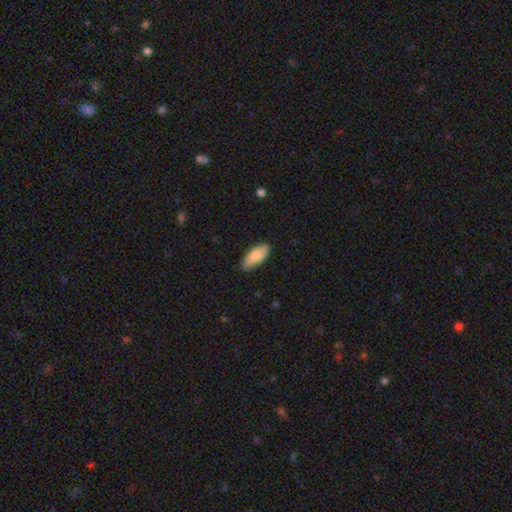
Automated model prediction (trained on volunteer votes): Overall: smooth (83%). How rounded: in between (88%). Merging: none (80%).